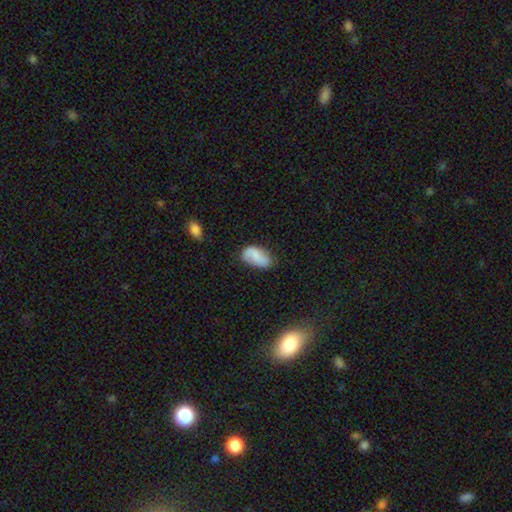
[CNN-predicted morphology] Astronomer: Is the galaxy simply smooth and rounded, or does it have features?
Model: smooth — 59%.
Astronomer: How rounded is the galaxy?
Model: in between — 93%.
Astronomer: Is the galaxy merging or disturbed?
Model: none — 64%.